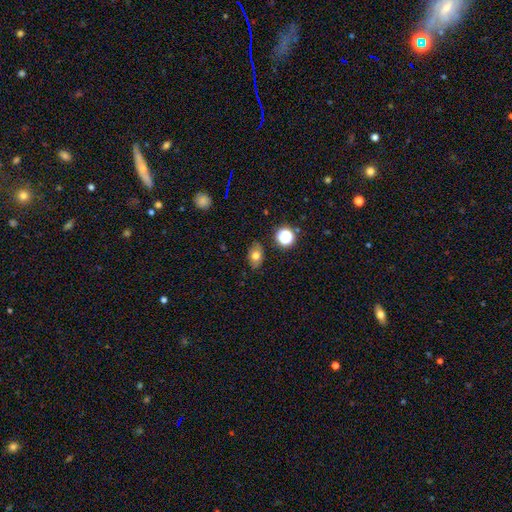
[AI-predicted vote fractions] smooth_or_featured: smooth (p=0.73) [alt: featured or disk p=0.14]
how_rounded: in between (p=0.77) [alt: round p=0.22]
merging: none (p=0.84) [alt: minor disturbance p=0.12]